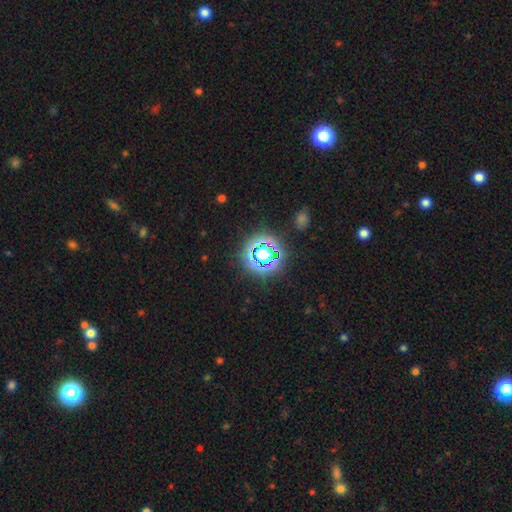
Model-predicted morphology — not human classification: Overall: star or artifact (79%).